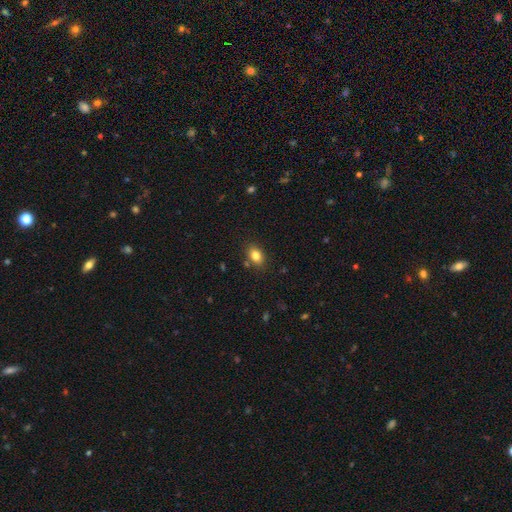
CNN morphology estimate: Q: Smooth or featured?
A: smooth (82%); runner-up: star or artifact (10%)
Q: How rounded?
A: in between (76%); runner-up: round (22%)
Q: Merging?
A: none (82%); runner-up: minor disturbance (11%)